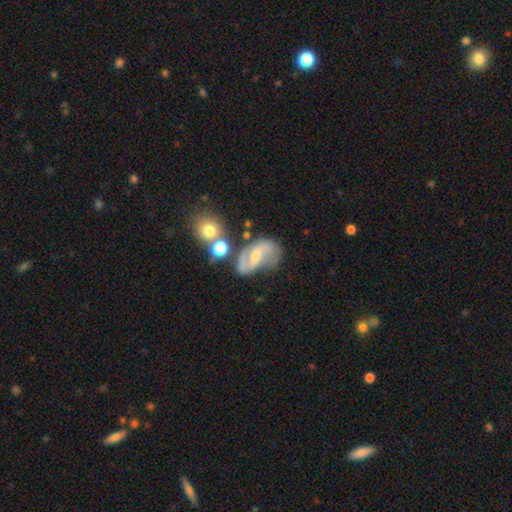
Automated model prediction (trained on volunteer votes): This appears to be a featured or disk galaxy (75%) with a weak bar (48%), 2 (84%) medium (45%) spiral arms (92%) and a small central bulge (55%). Merging: none (49%).